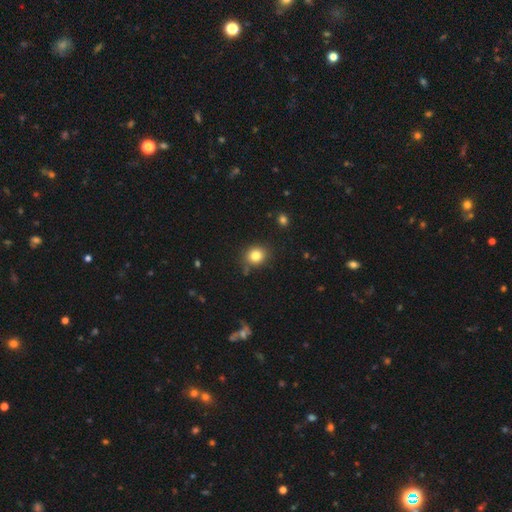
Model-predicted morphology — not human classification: Smooth or featured? smooth (82%)
How rounded? round (81%)
Merging? none (83%)